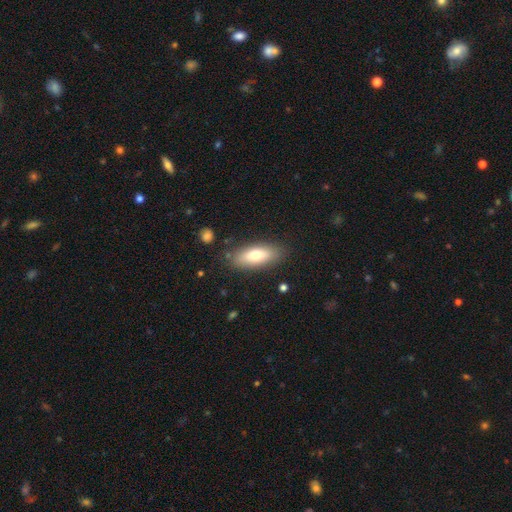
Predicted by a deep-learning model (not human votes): Overall: smooth (73%). How rounded: in between (73%). Merging: none (84%).